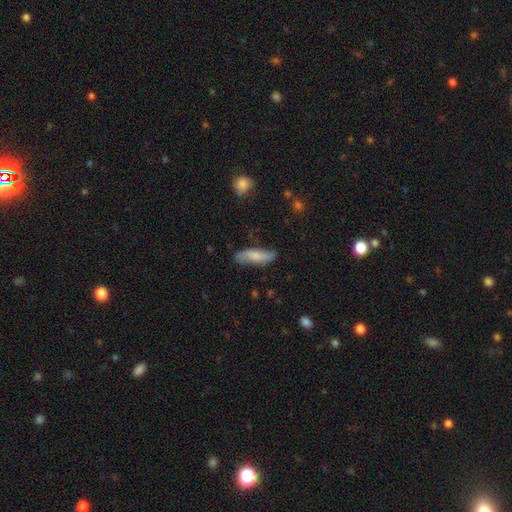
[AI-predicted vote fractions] Smooth or featured?
  - smooth: 65% *
  - featured or disk: 29%
  - star or artifact: 6%
How rounded?
  - cigar-shaped: 52% *
  - in between: 46%
  - round: 2%
Merging?
  - none: 75% *
  - minor disturbance: 19%
  - major disturbance: 4%
  - merger: 2%